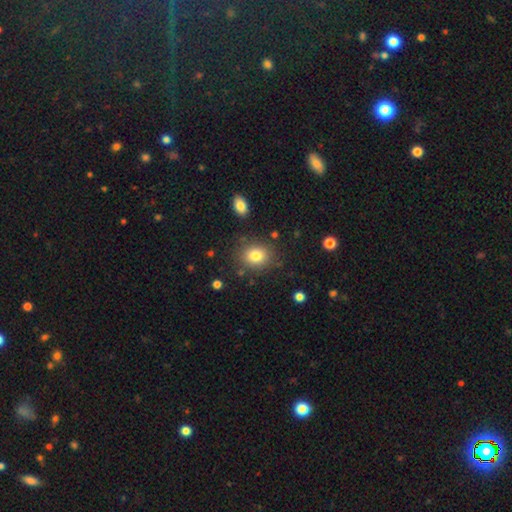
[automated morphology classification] Overall: smooth (81%). How rounded: round (62%; in between 37%). Merging: none (82%).